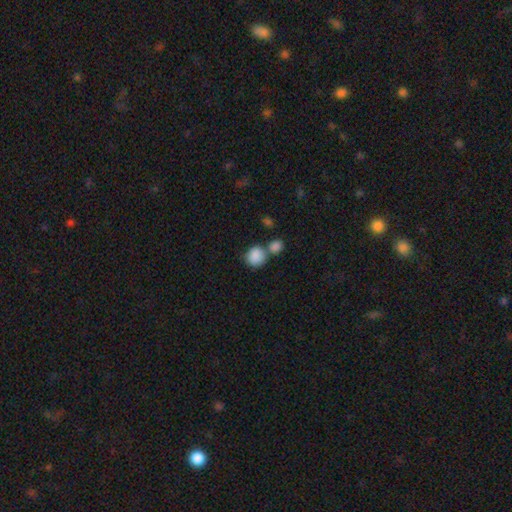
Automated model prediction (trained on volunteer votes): smooth 87%, star or artifact 7%, featured or disk 5%. Down the decision tree: how rounded — round (79%); merging — none (46%).